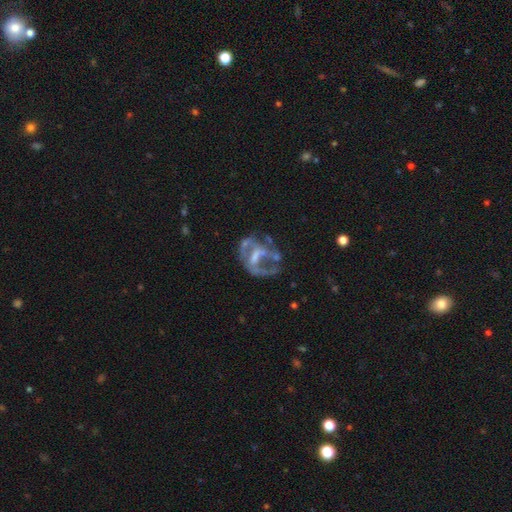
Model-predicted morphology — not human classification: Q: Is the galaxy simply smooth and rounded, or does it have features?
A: featured or disk — 73%.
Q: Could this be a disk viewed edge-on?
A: no — 97%.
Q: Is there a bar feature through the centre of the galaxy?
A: no — 49%.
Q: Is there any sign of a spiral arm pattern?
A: no — 63%.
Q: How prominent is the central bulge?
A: none — 38%.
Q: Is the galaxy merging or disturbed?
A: none — 38%.